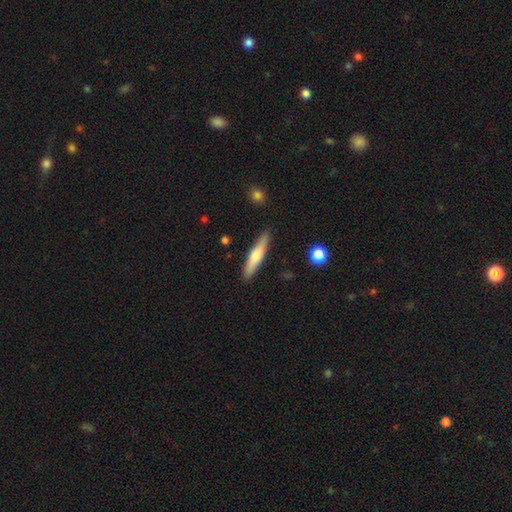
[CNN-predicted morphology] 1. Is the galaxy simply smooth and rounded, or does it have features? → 62% smooth, 33% featured or disk, 6% star or artifact.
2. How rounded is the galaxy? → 87% cigar-shaped, 11% in between, 2% round.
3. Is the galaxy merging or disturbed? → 89% none, 8% minor disturbance, 2% major disturbance, 1% merger.